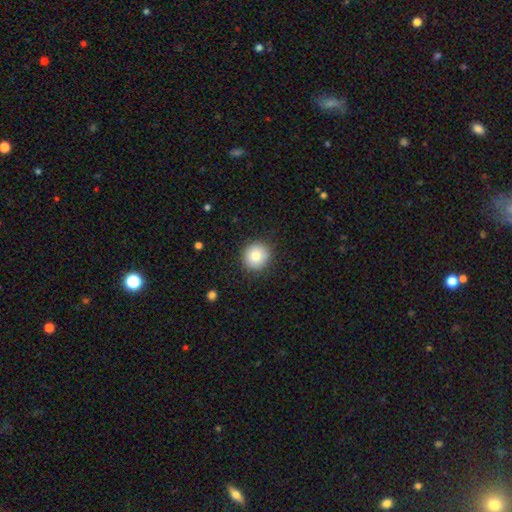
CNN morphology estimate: smooth 82%, featured or disk 9%, star or artifact 9%. Down the decision tree: how rounded — round (91%); merging — none (90%).